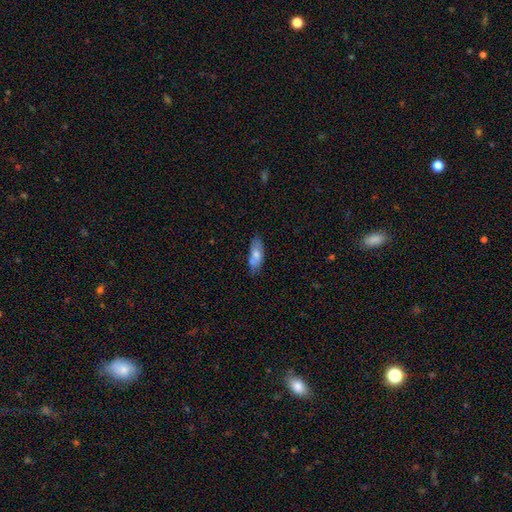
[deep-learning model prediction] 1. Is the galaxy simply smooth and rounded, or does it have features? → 69% smooth, 25% featured or disk, 6% star or artifact.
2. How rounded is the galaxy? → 79% in between, 19% cigar-shaped, 2% round.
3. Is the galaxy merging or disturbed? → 69% none, 20% minor disturbance, 7% merger, 4% major disturbance.